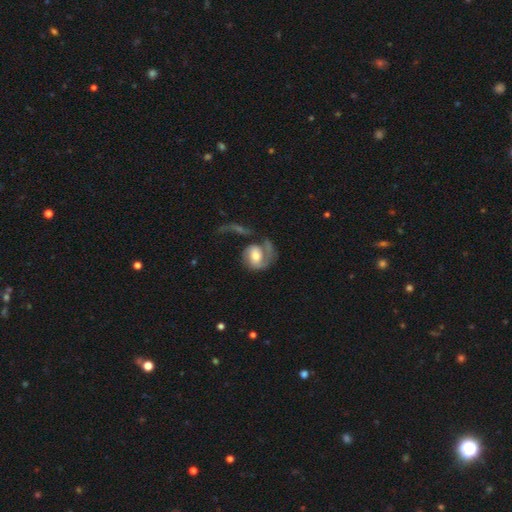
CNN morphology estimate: A featured or disk galaxy (67%) with no bar (51%), 1 (50%) medium (38%) spiral arms (85%) and a moderate central bulge (66%). Merging: major disturbance (38%).